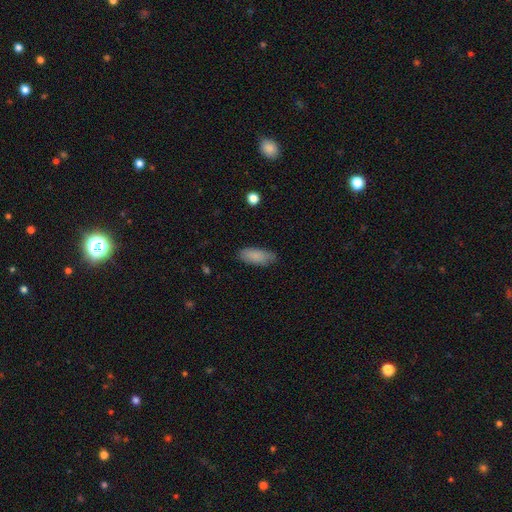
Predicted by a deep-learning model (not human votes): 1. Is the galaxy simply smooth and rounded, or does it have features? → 87% smooth, 7% featured or disk, 6% star or artifact.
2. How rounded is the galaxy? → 81% in between, 17% cigar-shaped, 2% round.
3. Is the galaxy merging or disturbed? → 79% none, 17% minor disturbance, 3% major disturbance, 1% merger.